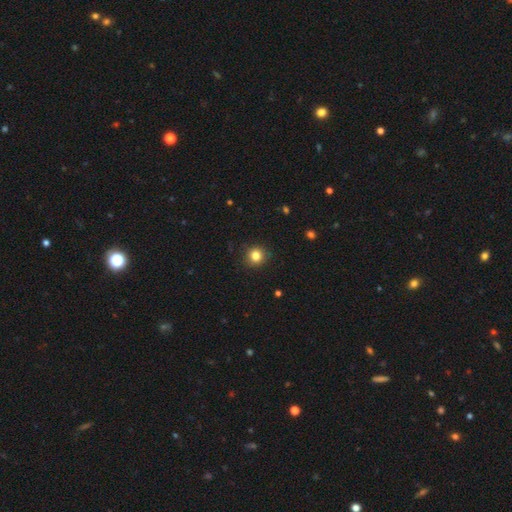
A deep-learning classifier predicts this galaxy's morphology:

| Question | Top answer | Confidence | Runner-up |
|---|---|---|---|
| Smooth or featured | smooth | 82% | star or artifact (12%) |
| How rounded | round | 90% | in between (9%) |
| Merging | none | 90% | minor disturbance (7%) |